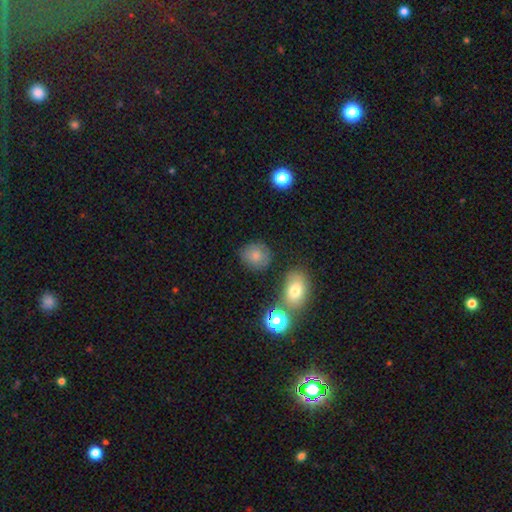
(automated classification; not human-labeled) Morphology: type=smooth (77%); roundness=round (76%); merging=none (76%).